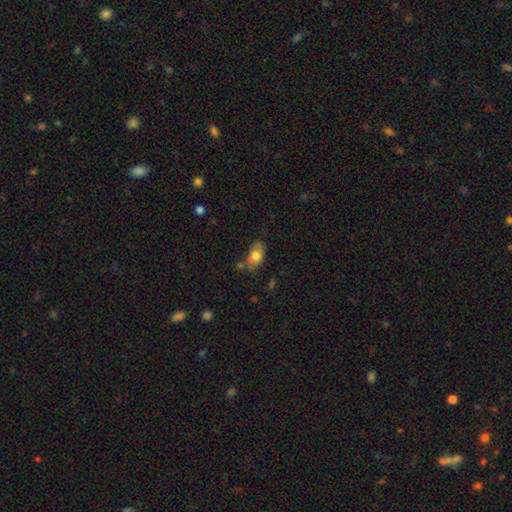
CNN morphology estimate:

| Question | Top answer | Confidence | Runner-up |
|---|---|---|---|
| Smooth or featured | smooth | 76% | featured or disk (16%) |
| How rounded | in between | 90% | round (7%) |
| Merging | none | 62% | minor disturbance (24%) |